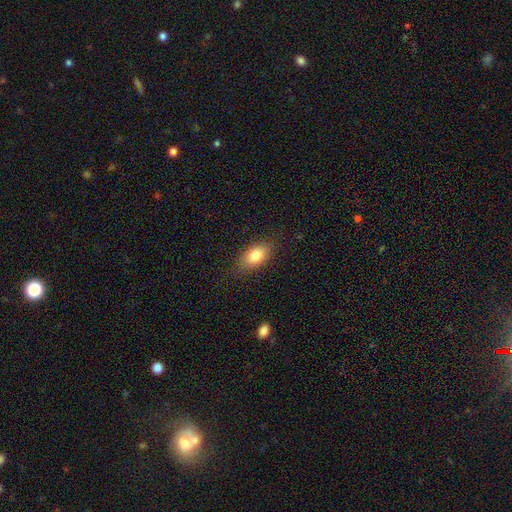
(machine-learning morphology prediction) Smooth or featured: smooth — 82% (featured or disk — 10%)
How rounded: in between — 87% (round — 7%)
Merging: none — 80% (minor disturbance — 15%)